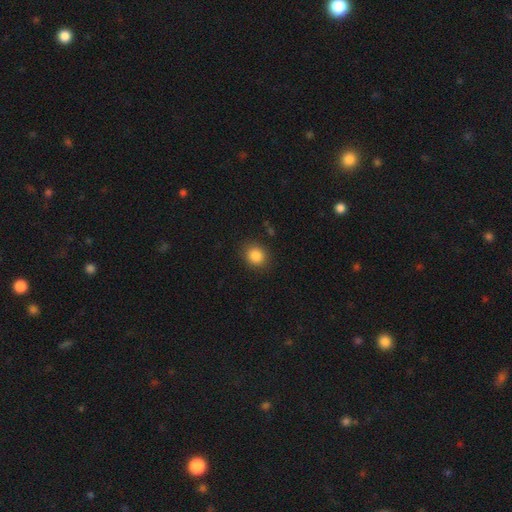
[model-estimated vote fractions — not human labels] A smooth galaxy with no disk features (86%) that is round (74%).

Vote fractions:
- Smooth or featured? smooth: 86% / star or artifact: 10% / featured or disk: 4%
- How rounded? round: 74% / in between: 25% / cigar-shaped: 1%
- Merging? none: 87% / minor disturbance: 9% / major disturbance: 3% / merger: 1%